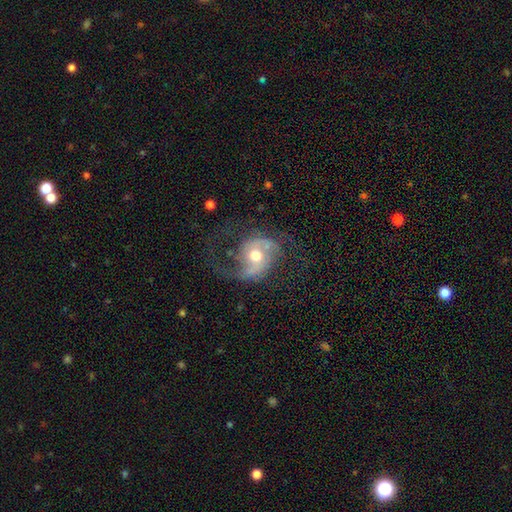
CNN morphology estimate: Smooth or featured? featured or disk (83%)
Edge-on disk? no (97%)
Bar? no (55%)
Spiral arms? yes (93%)
Spiral winding? loose (46%)
Spiral arm count? 2 (73%)
Bulge size? moderate (73%)
Merging? none (53%)